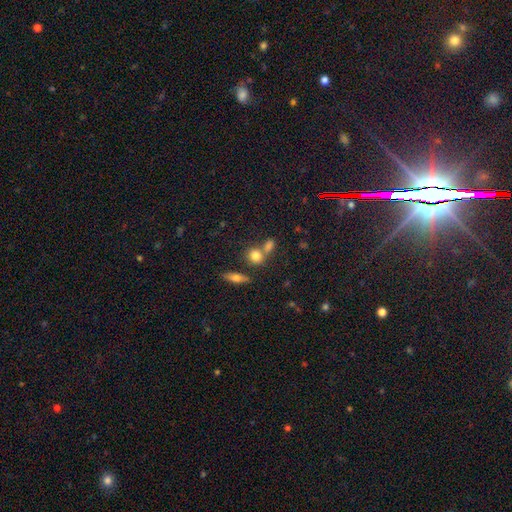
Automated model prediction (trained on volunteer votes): A smooth galaxy with no disk features (79%) that is round (59%).

Vote fractions:
- Smooth or featured? smooth: 79% / star or artifact: 11% / featured or disk: 10%
- How rounded? round: 59% / in between: 37% / cigar-shaped: 4%
- Merging? none: 53% / merger: 34% / minor disturbance: 10% / major disturbance: 4%